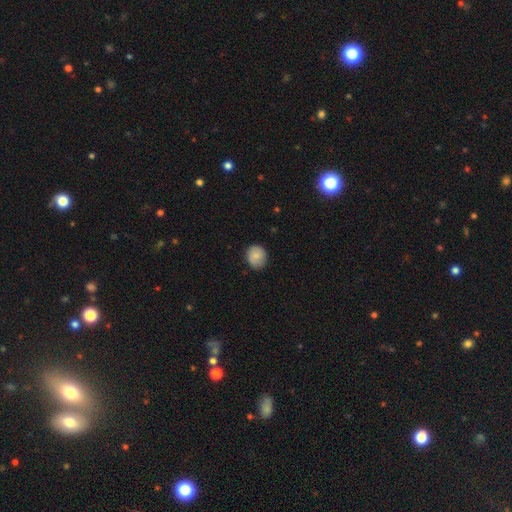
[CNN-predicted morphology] A smooth galaxy with no disk features (86%) that is round (79%).

Vote fractions:
- Smooth or featured? smooth: 86% / featured or disk: 7% / star or artifact: 7%
- How rounded? round: 79% / in between: 20% / cigar-shaped: 1%
- Merging? none: 85% / minor disturbance: 12% / major disturbance: 2% / merger: 1%